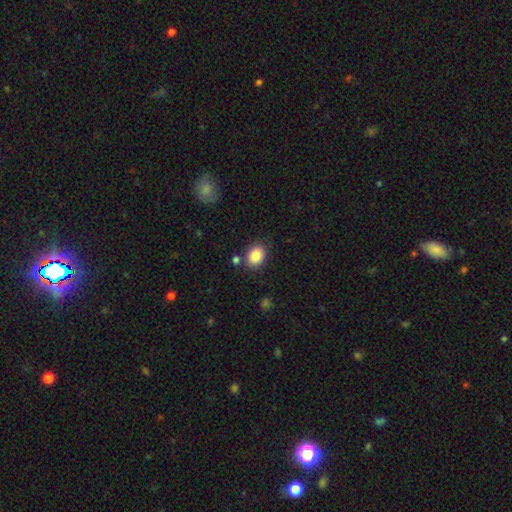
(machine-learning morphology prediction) A smooth galaxy with no disk features (87%) that is in between round and cigar-shaped (72%). Merging: none (80%).